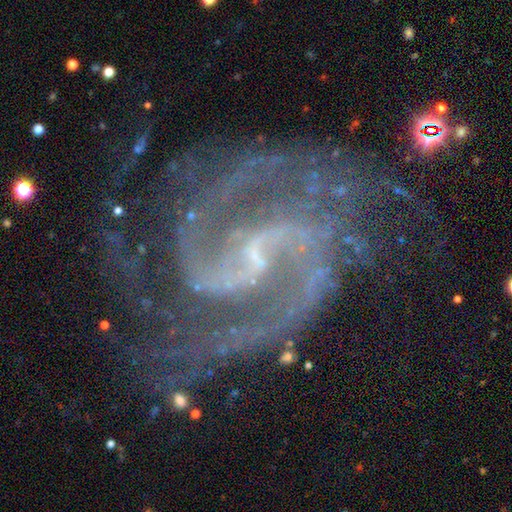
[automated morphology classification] Smooth or featured: featured or disk — 93% (star or artifact — 5%)
Edge-on disk: no — 98% (yes — 2%)
Bar: weak — 53% (strong — 25%)
Spiral arms: yes — 99% (no — 1%)
Spiral winding: medium — 61% (tight — 25%)
Spiral arm count: 2 — 82% (3 — 6%)
Bulge size: small — 71% (none — 19%)
Merging: none — 66% (minor disturbance — 19%)